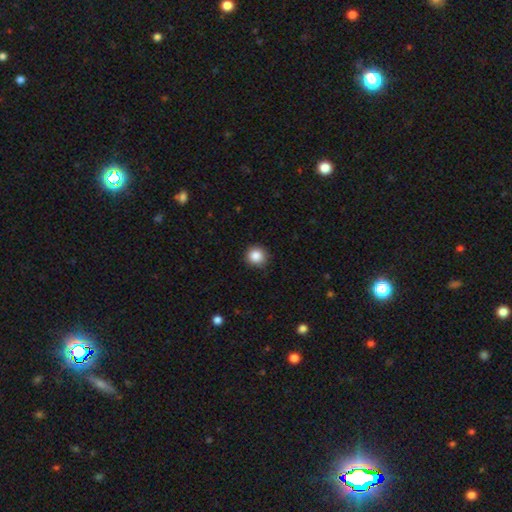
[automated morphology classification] Q: Smooth or featured?
A: smooth (86%); runner-up: star or artifact (10%)
Q: How rounded?
A: round (93%); runner-up: in between (6%)
Q: Merging?
A: none (88%); runner-up: minor disturbance (9%)